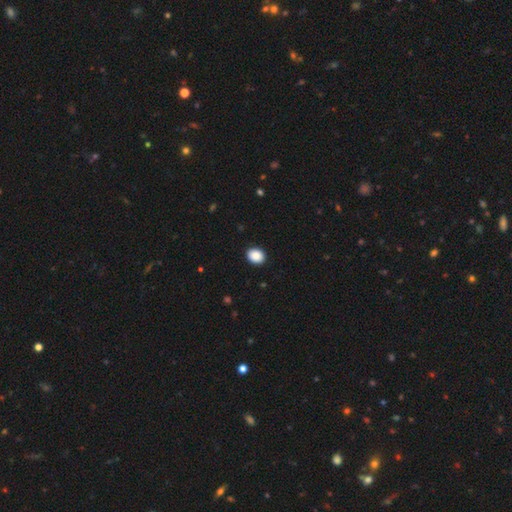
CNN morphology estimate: The model was most divided on "how rounded": round: 51%, in between: 48%, cigar-shaped: 1%. More confident: merging — none (91%); smooth or featured — smooth (89%).